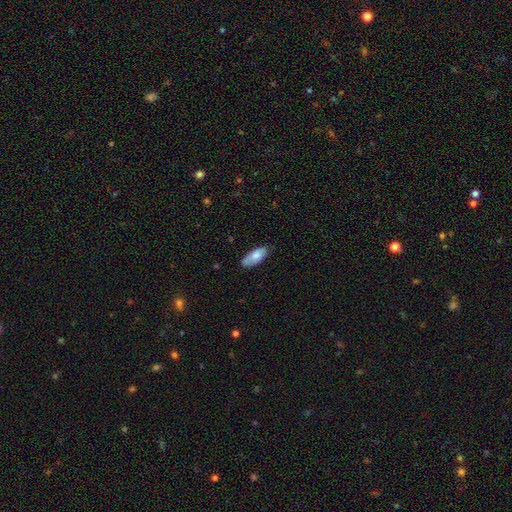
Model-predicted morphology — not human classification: smooth-or-featured: smooth: 77% | featured or disk: 17% | star or artifact: 6%
  how-rounded: in between: 86% | cigar-shaped: 13% | round: 2%
  merging: none: 77% | minor disturbance: 19% | major disturbance: 3% | merger: 1%